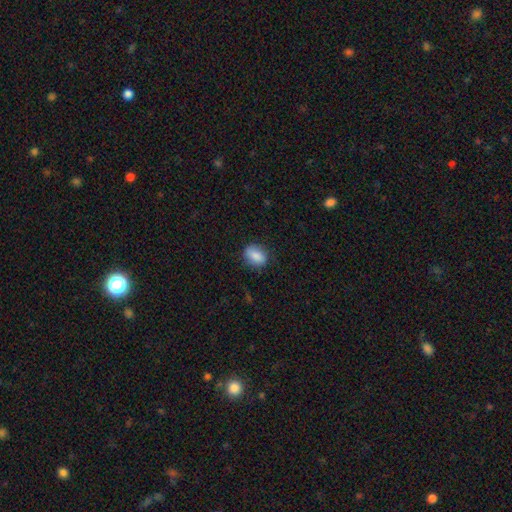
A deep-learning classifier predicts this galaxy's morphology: smooth-or-featured: smooth: 86% | star or artifact: 7% | featured or disk: 7%
  how-rounded: in between: 78% | round: 20% | cigar-shaped: 2%
  merging: none: 80% | minor disturbance: 16% | major disturbance: 4% | merger: 1%